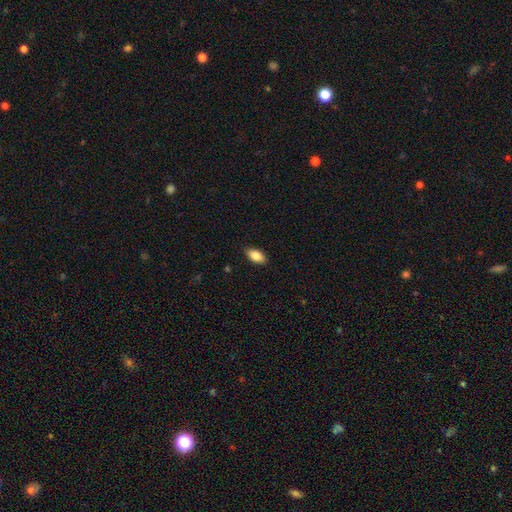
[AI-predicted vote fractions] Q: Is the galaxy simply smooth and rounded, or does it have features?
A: smooth — 85%.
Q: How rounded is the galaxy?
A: in between — 92%.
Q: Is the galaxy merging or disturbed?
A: none — 87%.